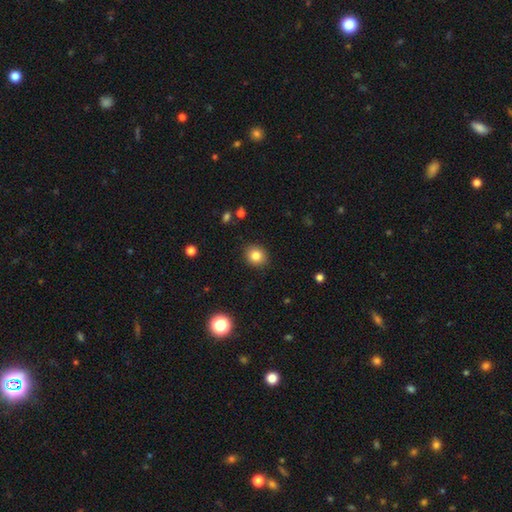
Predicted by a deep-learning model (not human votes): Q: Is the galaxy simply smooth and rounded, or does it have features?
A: smooth — 83%.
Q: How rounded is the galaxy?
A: round — 76%.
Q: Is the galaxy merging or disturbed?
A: none — 89%.